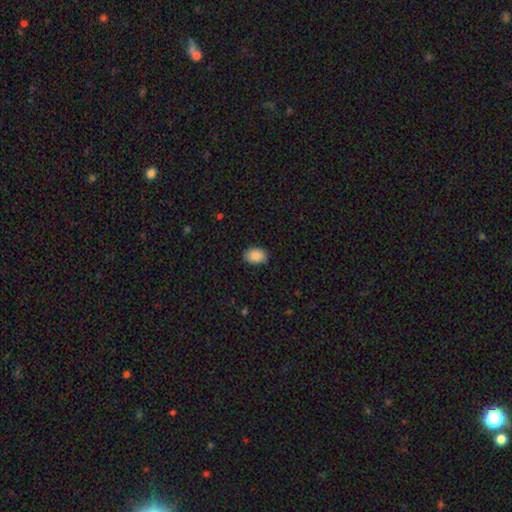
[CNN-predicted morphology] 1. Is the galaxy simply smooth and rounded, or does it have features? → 89% smooth, 7% star or artifact, 4% featured or disk.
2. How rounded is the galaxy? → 82% in between, 17% round, 1% cigar-shaped.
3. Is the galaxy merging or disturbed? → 87% none, 10% minor disturbance, 2% major disturbance, 1% merger.